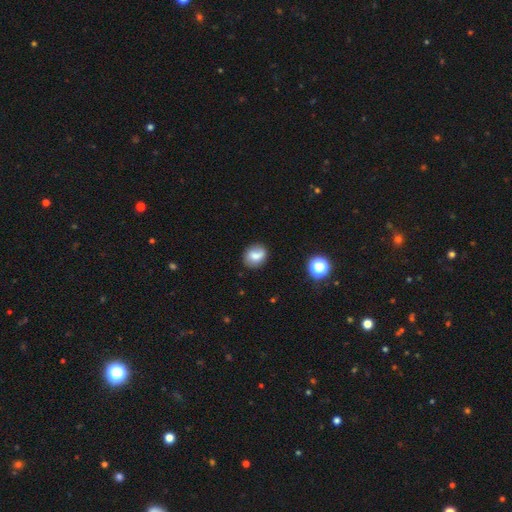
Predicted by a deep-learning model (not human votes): A smooth galaxy with no disk features (73%) that is round (53%).

Vote fractions:
- Smooth or featured? smooth: 73% / featured or disk: 17% / star or artifact: 10%
- How rounded? round: 53% / in between: 45% / cigar-shaped: 1%
- Merging? none: 73% / minor disturbance: 18% / major disturbance: 5% / merger: 4%